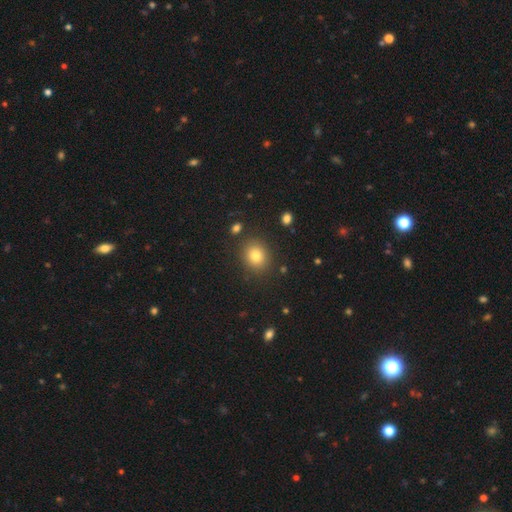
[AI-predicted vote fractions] Smooth or featured? Predicted: smooth (p=0.80). How rounded? Predicted: round (p=0.65). Merging? Predicted: none (p=0.87).